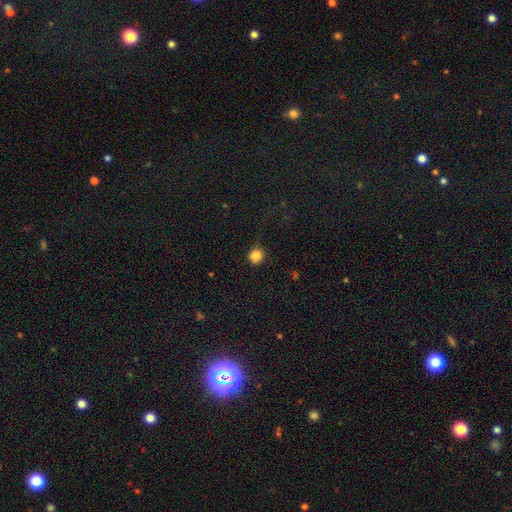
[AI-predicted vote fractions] smooth_or_featured: smooth (p=0.84) [alt: star or artifact p=0.11]
how_rounded: round (p=0.79) [alt: in between p=0.20]
merging: none (p=0.77) [alt: minor disturbance p=0.17]